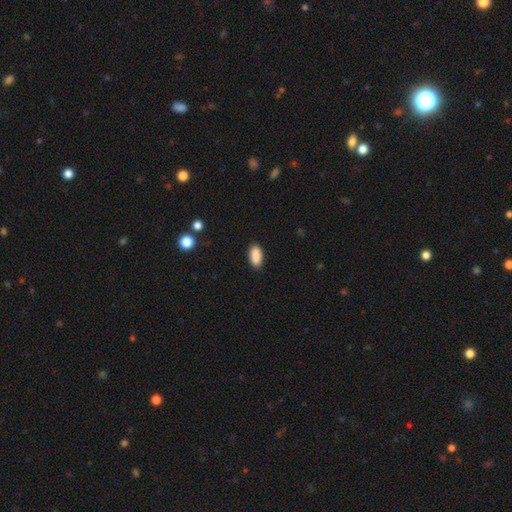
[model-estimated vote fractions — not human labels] The model was most divided on "merging": none: 88%, minor disturbance: 9%, major disturbance: 2%, merger: 1%. More confident: how rounded — in between (91%); smooth or featured — smooth (90%).